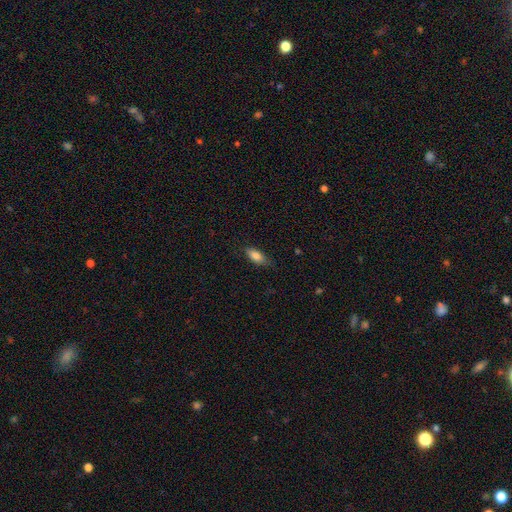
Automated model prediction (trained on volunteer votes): Smooth or featured?
  - smooth: 83% *
  - featured or disk: 10%
  - star or artifact: 7%
How rounded?
  - in between: 84% *
  - cigar-shaped: 13%
  - round: 3%
Merging?
  - none: 75% *
  - minor disturbance: 20%
  - major disturbance: 4%
  - merger: 1%